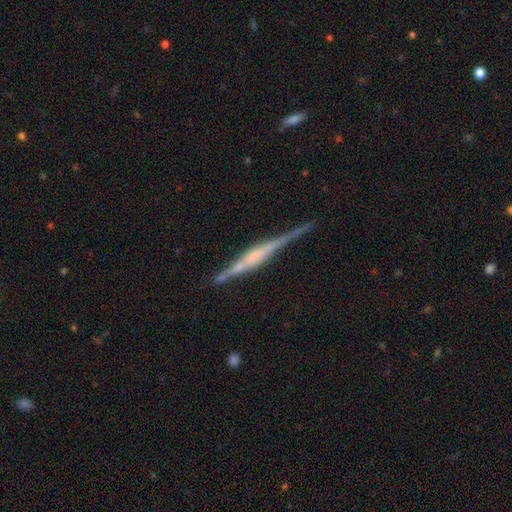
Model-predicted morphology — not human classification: Overall: featured or disk (80%). Edge-on disk: yes (98%). Edge-on bulge: boxy (48%; rounded 34%). Merging: none (80%).